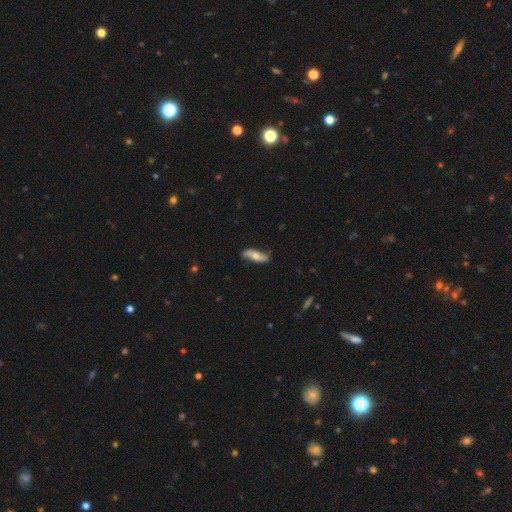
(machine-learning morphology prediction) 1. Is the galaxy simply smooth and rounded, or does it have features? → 53% featured or disk, 41% smooth, 6% star or artifact.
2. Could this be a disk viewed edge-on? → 70% no, 30% yes.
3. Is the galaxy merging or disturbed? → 77% none, 18% minor disturbance, 4% major disturbance, 1% merger.